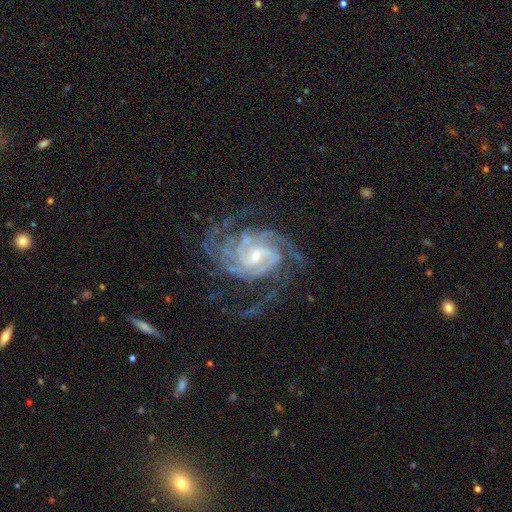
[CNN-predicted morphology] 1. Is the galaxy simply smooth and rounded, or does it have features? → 92% featured or disk, 5% star or artifact, 3% smooth.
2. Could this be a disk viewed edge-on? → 98% no, 2% yes.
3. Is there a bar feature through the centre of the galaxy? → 46% weak, 39% no, 15% strong.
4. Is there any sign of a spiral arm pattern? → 98% yes, 2% no.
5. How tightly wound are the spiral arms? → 58% tight, 35% medium, 7% loose.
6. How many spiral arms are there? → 24% 2 (tied), 24% 3 (tied), 18% can't tell, 18% 4, 9% more than 4, 8% 1.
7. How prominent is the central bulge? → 60% small, 35% moderate, 2% large, 2% none, 1% dominant.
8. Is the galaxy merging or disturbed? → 65% none, 17% minor disturbance, 16% major disturbance, 2% merger.